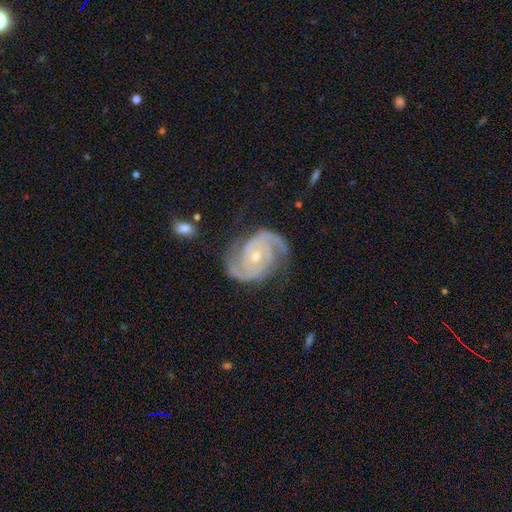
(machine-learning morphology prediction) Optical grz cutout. It shows a featured or disk galaxy (93%) with no bar (69%), 2 (85%) tight (54%) spiral arms (98%) and a small central bulge (54%). Merging: none (77%).